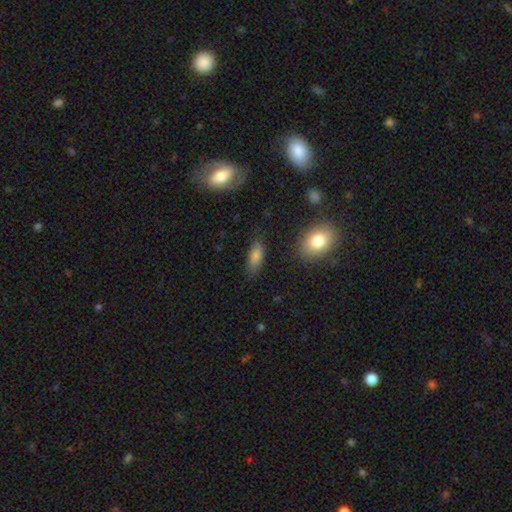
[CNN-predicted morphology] Q: Smooth or featured?
A: smooth (78%); runner-up: featured or disk (13%)
Q: How rounded?
A: in between (79%); runner-up: cigar-shaped (18%)
Q: Merging?
A: none (79%); runner-up: minor disturbance (15%)